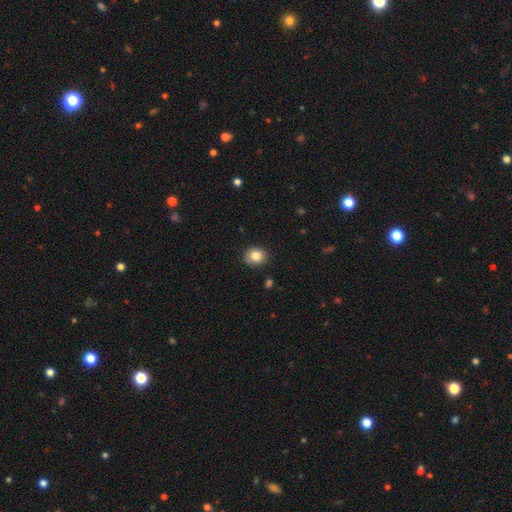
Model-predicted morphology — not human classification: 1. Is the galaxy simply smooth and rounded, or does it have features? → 84% smooth, 10% star or artifact, 7% featured or disk.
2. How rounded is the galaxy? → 63% round, 37% in between, 1% cigar-shaped.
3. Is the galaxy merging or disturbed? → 85% none, 11% minor disturbance, 2% major disturbance, 1% merger.